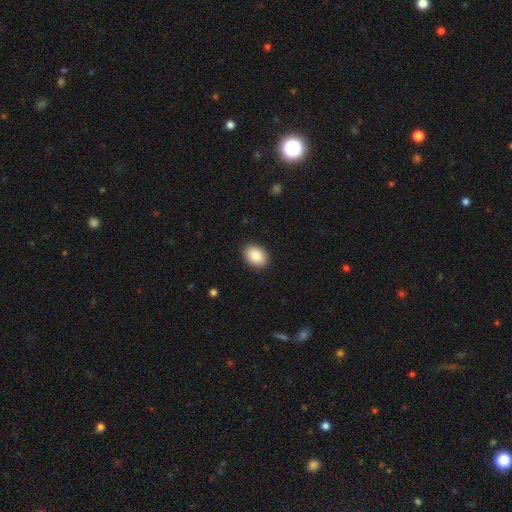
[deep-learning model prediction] This is clearly a smooth galaxy (88%). How rounded: likely in between (76%). Merging: clearly none (90%).